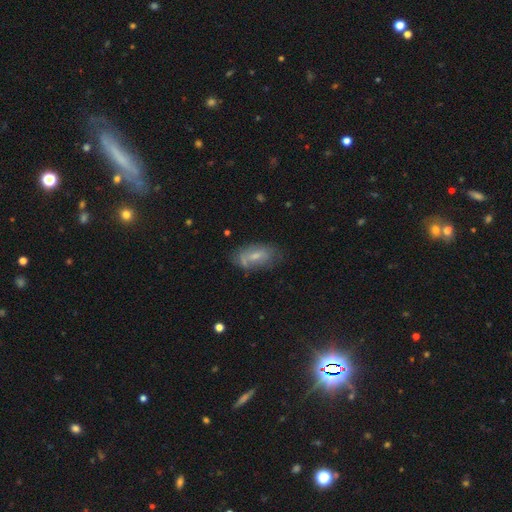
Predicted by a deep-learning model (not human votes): Morphology: type=smooth (48%); merging=none (56%).